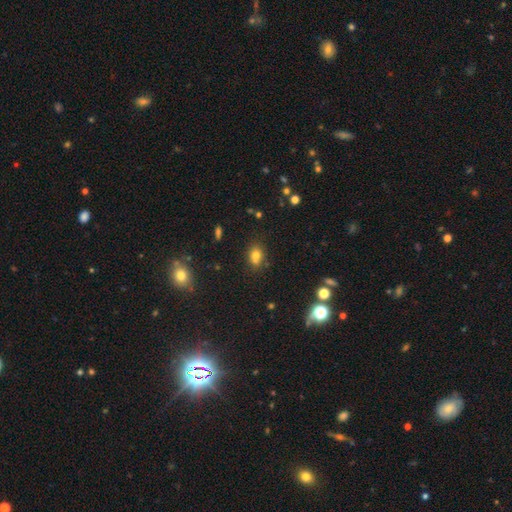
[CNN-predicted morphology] Smooth or featured? smooth (73%)
How rounded? in between (61%)
Merging? none (67%)